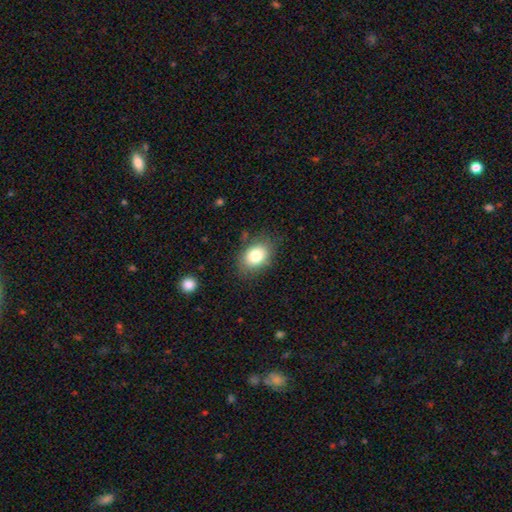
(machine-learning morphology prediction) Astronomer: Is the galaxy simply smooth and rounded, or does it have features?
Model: smooth — 80%.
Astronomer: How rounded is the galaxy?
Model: in between — 71%.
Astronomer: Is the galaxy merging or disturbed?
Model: none — 79%.